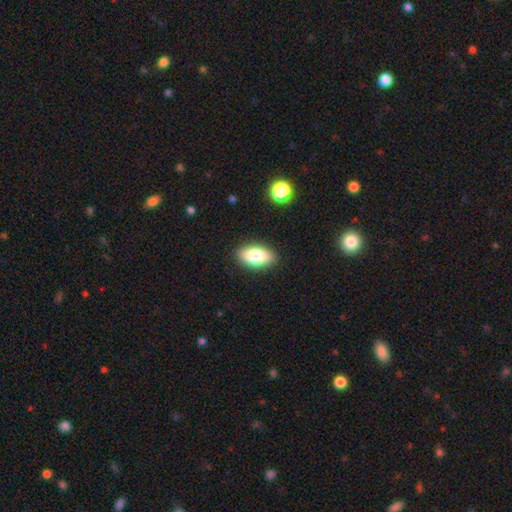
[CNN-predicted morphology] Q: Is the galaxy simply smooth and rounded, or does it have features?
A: smooth — 78%.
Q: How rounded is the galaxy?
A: in between — 92%.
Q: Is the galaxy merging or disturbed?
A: none — 88%.